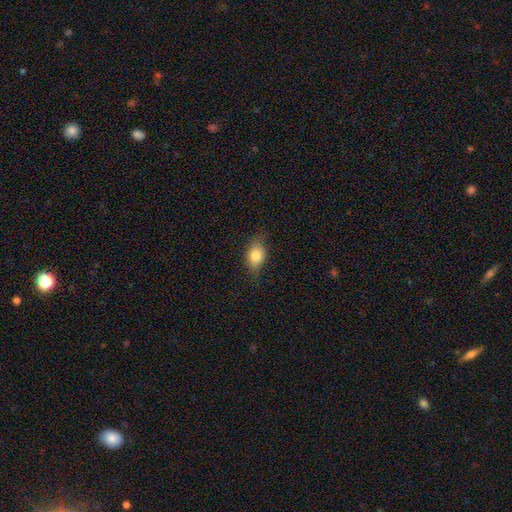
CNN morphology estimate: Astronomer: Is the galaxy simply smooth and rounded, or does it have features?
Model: smooth — 77%.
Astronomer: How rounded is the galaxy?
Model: in between — 73%.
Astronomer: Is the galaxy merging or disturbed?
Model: none — 69%.